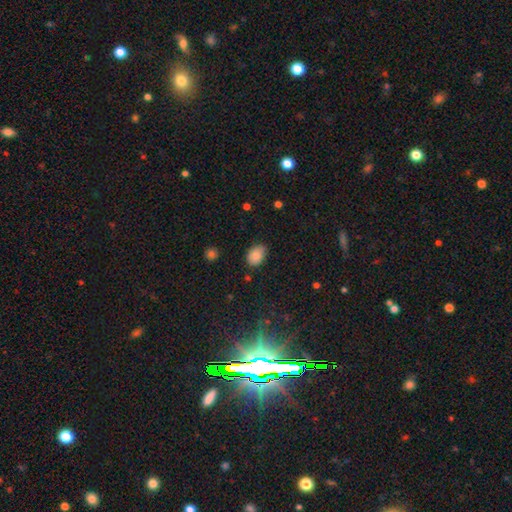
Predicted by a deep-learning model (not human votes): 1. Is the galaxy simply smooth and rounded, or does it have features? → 85% smooth, 9% star or artifact, 6% featured or disk.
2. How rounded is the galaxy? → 82% in between, 17% round, 1% cigar-shaped.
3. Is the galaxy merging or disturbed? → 74% none, 21% minor disturbance, 3% major disturbance, 2% merger.